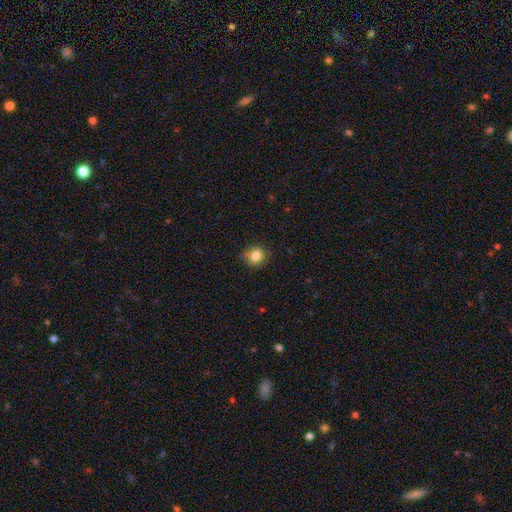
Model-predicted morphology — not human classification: Overall: smooth (83%). How rounded: round (76%). Merging: none (71%).